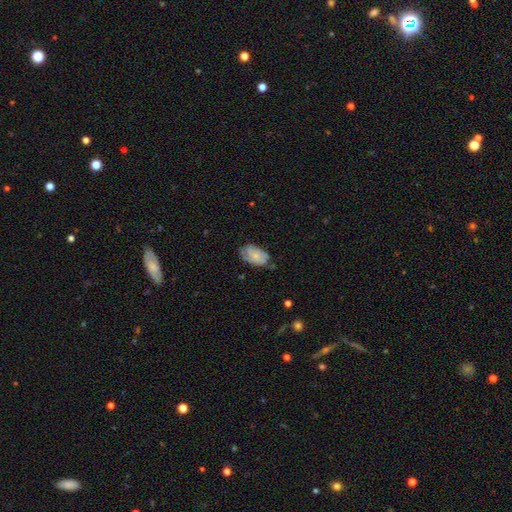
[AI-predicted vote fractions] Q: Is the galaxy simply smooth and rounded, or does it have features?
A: smooth — 49%.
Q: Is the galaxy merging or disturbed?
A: none — 55%.